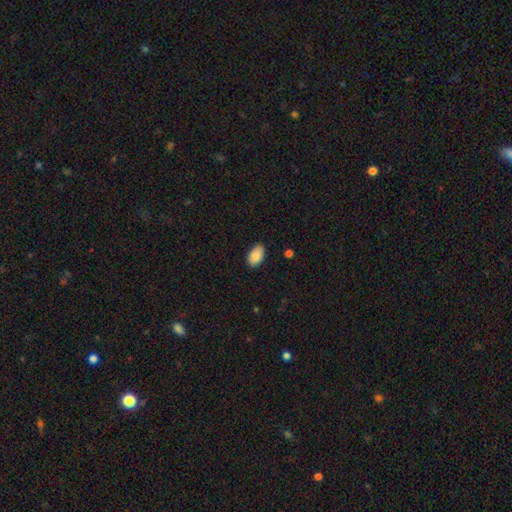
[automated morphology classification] A smooth galaxy with no disk features (90%) that is in between round and cigar-shaped (93%).

Vote fractions:
- Smooth or featured? smooth: 90% / star or artifact: 7% / featured or disk: 3%
- How rounded? in between: 93% / round: 6% / cigar-shaped: 1%
- Merging? none: 87% / minor disturbance: 10% / major disturbance: 2% / merger: 1%